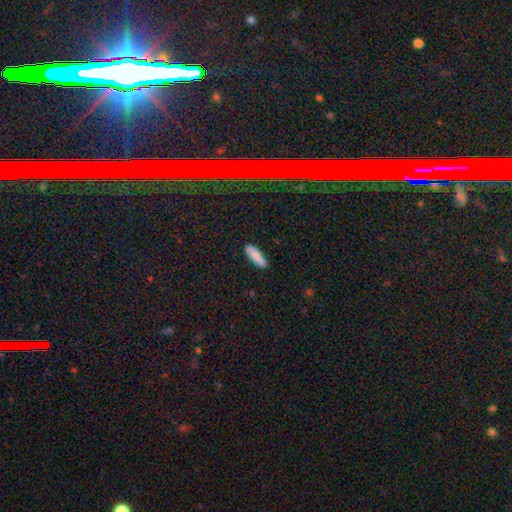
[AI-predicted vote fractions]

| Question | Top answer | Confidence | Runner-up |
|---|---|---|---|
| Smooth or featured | smooth | 85% | featured or disk (8%) |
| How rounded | cigar-shaped | 56% | in between (42%) |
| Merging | none | 87% | minor disturbance (10%) |